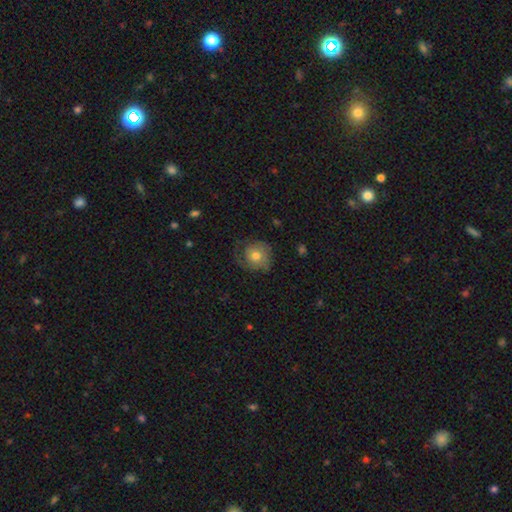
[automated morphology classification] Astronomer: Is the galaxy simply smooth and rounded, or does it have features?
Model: smooth — 56% (runner-up: featured or disk, 36%).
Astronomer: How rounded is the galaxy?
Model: round — 84%.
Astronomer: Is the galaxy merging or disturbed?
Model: none — 60%.